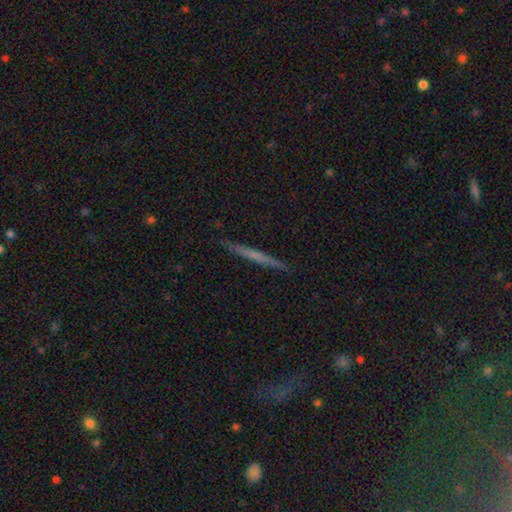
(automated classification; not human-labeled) The model was most divided on "smooth or featured": featured or disk: 49%, smooth: 45%, star or artifact: 6%. More confident: merging — none (91%).